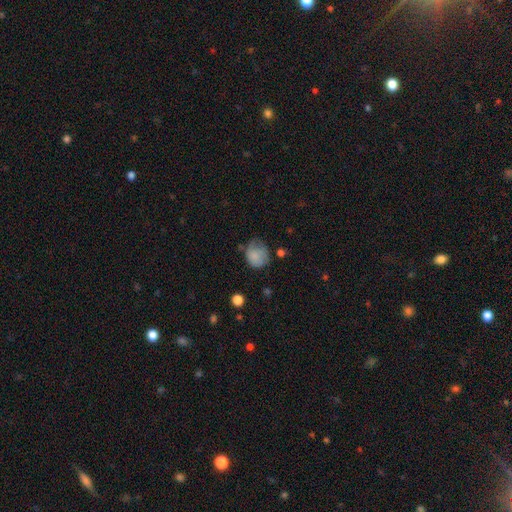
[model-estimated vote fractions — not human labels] Smooth or featured: smooth — 77% (featured or disk — 14%)
How rounded: round — 69% (in between — 30%)
Merging: none — 46% (minor disturbance — 36%)